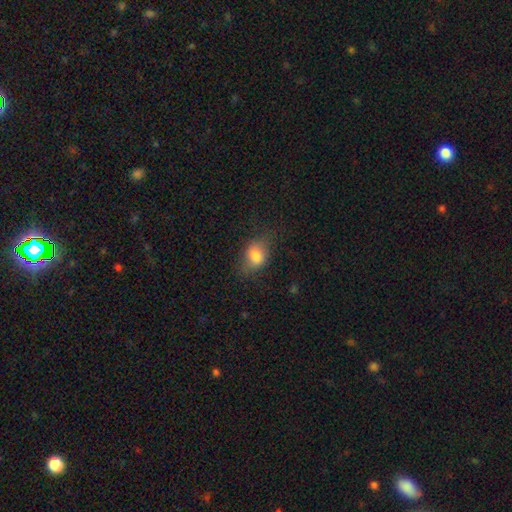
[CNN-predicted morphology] Smooth or featured? smooth (78%)
How rounded? in between (73%)
Merging? none (59%)